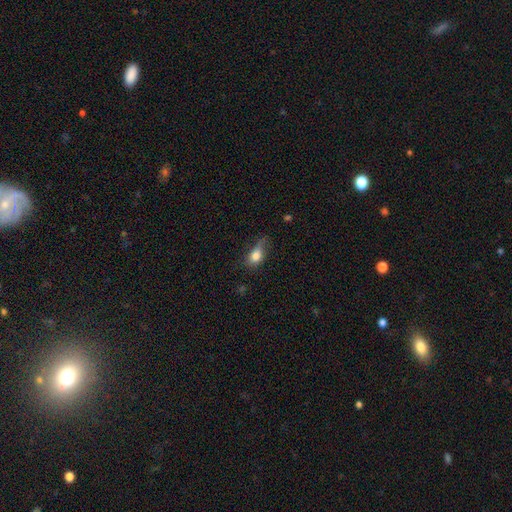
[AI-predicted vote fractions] A smooth galaxy with no disk features (77%) that is in between round and cigar-shaped (72%).

Vote fractions:
- Smooth or featured? smooth: 77% / featured or disk: 15% / star or artifact: 9%
- How rounded? in between: 72% / round: 21% / cigar-shaped: 7%
- Merging? minor disturbance: 37% / none: 34% / major disturbance: 26% / merger: 4%